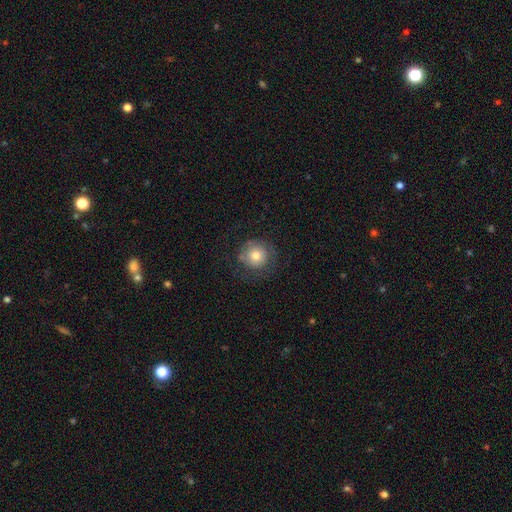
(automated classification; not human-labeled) smooth 71%, featured or disk 21%, star or artifact 9%. Down the decision tree: how rounded — round (92%); merging — none (69%).